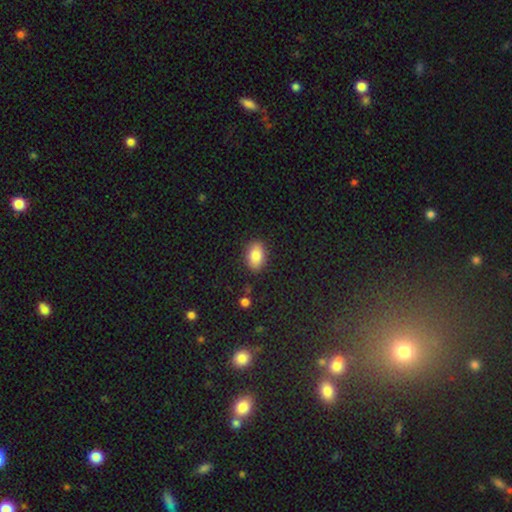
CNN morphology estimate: A smooth galaxy with no disk features (85%) that is in between round and cigar-shaped (87%). Merging: none (86%).